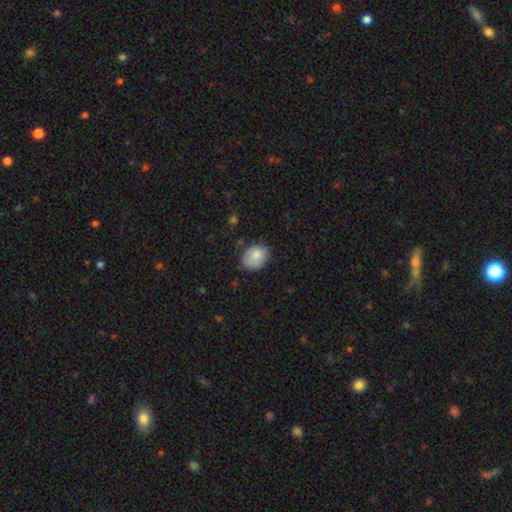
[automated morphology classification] This is clearly a smooth galaxy (82%). How rounded: likely in between (67%). Merging: likely none (66%).